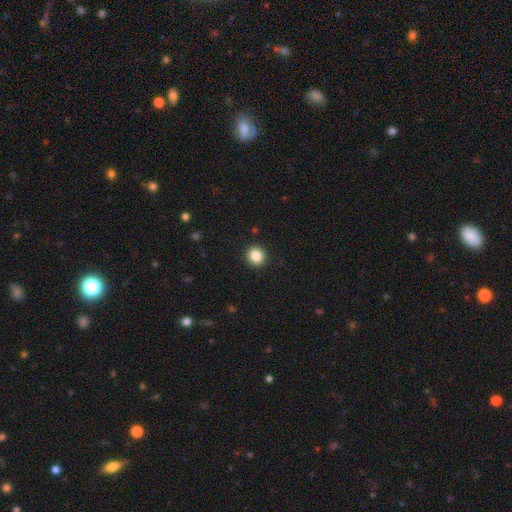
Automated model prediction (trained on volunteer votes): Smooth or featured? Predicted: smooth (p=0.85). How rounded? Predicted: round (p=0.82). Merging? Predicted: none (p=0.92).